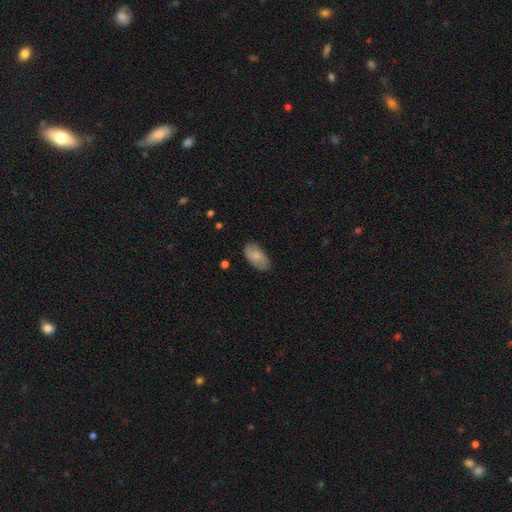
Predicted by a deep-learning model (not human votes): Smooth or featured? smooth (76%)
How rounded? in between (94%)
Merging? none (78%)